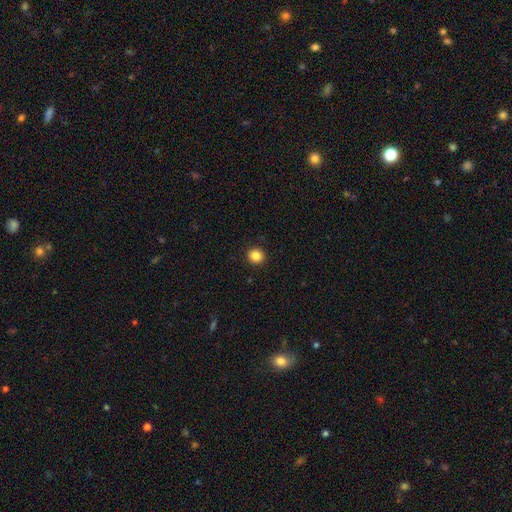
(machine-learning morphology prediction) smooth-or-featured: smooth: 85% | star or artifact: 11% | featured or disk: 4%
  how-rounded: round: 91% | in between: 8% | cigar-shaped: 1%
  merging: none: 93% | minor disturbance: 5% | major disturbance: 2% | merger: 1%